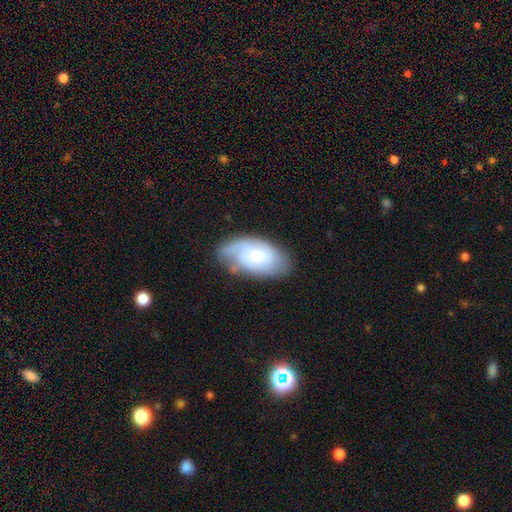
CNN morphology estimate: type=smooth (48%); merging=none (64%).